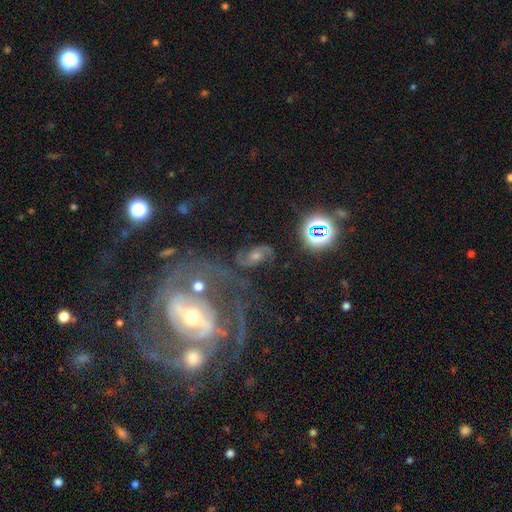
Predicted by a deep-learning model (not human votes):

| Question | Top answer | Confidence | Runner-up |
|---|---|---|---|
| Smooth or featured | featured or disk | 72% | smooth (14%) |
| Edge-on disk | no | 95% | yes (5%) |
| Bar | no | 41% | weak (39%) |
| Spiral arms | yes | 89% | no (11%) |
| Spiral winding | medium | 44% | loose (28%) |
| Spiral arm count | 2 | 76% | can't tell (11%) |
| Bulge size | moderate | 54% | small (37%) |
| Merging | none | 50% | major disturbance (20%) |